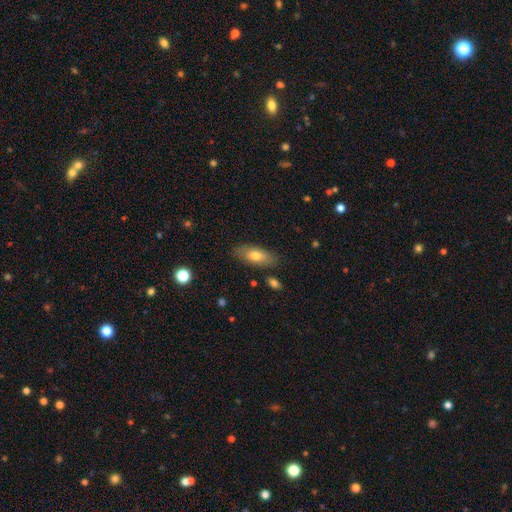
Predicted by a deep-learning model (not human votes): A smooth galaxy with no disk features (71%) that is in between round and cigar-shaped (82%).

Vote fractions:
- Smooth or featured? smooth: 71% / featured or disk: 22% / star or artifact: 7%
- How rounded? in between: 82% / cigar-shaped: 15% / round: 3%
- Merging? none: 82% / minor disturbance: 13% / major disturbance: 3% / merger: 2%